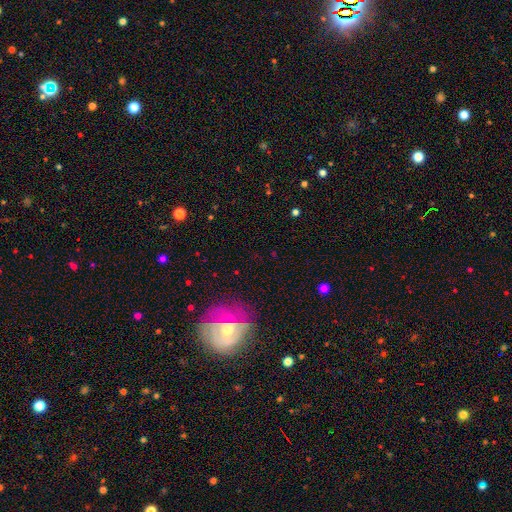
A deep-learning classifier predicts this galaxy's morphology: A star or artifact, not a galaxy (57%).

Vote fractions:
- Smooth or featured? star or artifact: 57% / smooth: 30% / featured or disk: 13%